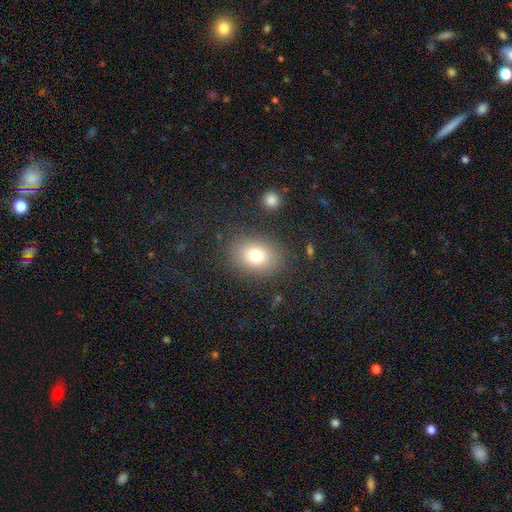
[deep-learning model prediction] Morphology: type=smooth (78%); roundness=in between (61%); merging=none (82%).